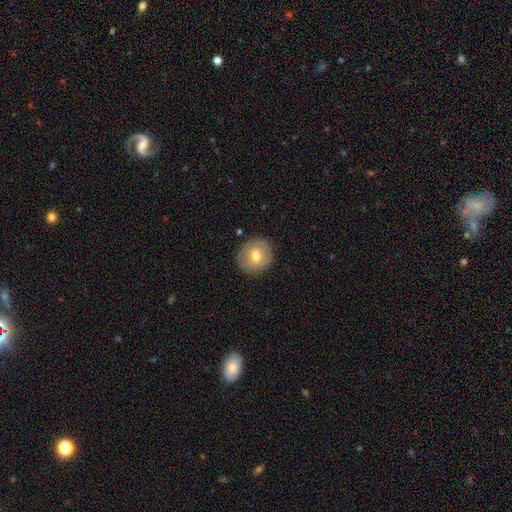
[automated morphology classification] Smooth or featured?
  - smooth: 69% *
  - featured or disk: 23%
  - star or artifact: 8%
How rounded?
  - round: 91% *
  - in between: 8%
  - cigar-shaped: 1%
Merging?
  - none: 88% *
  - minor disturbance: 9%
  - major disturbance: 2%
  - merger: 1%